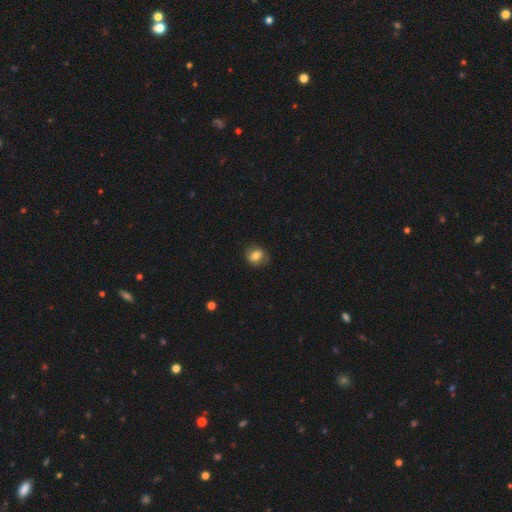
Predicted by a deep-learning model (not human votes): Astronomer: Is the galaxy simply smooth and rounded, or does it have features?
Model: smooth — 72%.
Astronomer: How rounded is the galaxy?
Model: round — 57% (runner-up: in between, 41%).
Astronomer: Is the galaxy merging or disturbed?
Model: none — 78%.